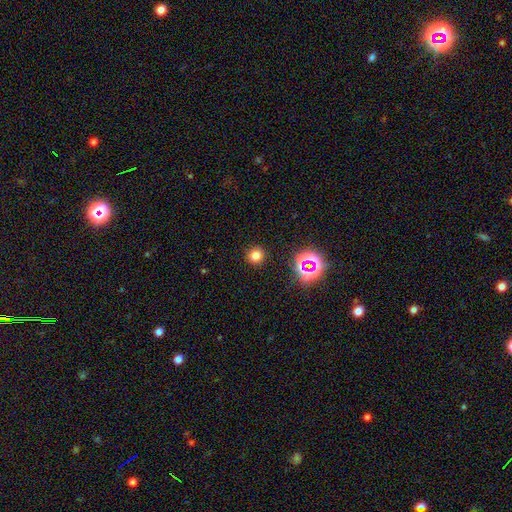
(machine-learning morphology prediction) A smooth galaxy with no disk features (75%) that is round (92%). Merging: none (91%).